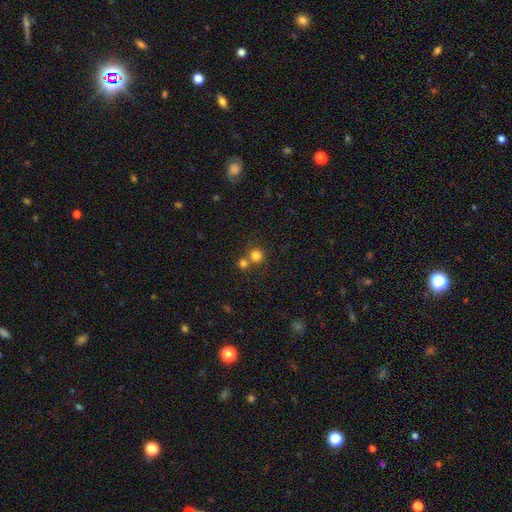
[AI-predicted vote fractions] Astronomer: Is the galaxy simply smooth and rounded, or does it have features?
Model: smooth — 78%.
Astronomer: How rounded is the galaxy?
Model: round — 91%.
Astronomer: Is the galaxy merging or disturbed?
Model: none — 53% (runner-up: merger, 39%).